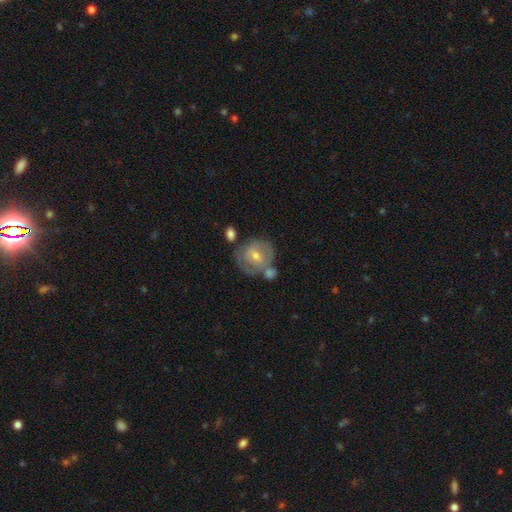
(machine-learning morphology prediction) This appears to be a featured or disk galaxy (49%). Merging: none (49%).